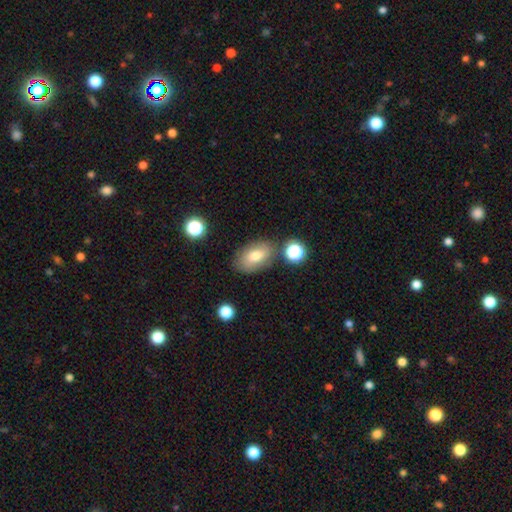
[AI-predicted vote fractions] Morphology: type=smooth (71%); roundness=in between (87%); merging=none (76%).